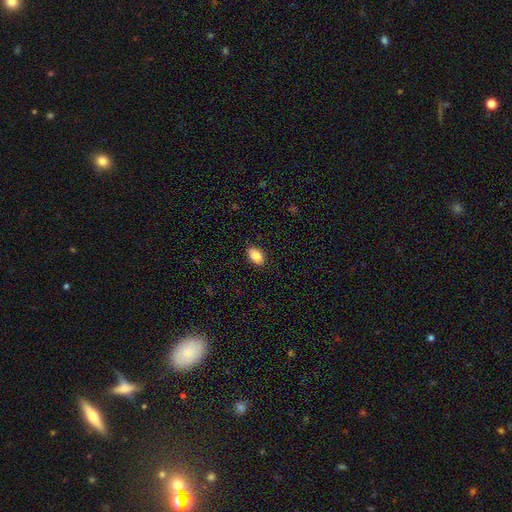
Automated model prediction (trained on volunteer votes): smooth_or_featured: smooth (p=0.88) [alt: star or artifact p=0.07]
how_rounded: in between (p=0.92) [alt: round p=0.06]
merging: none (p=0.88) [alt: minor disturbance p=0.09]